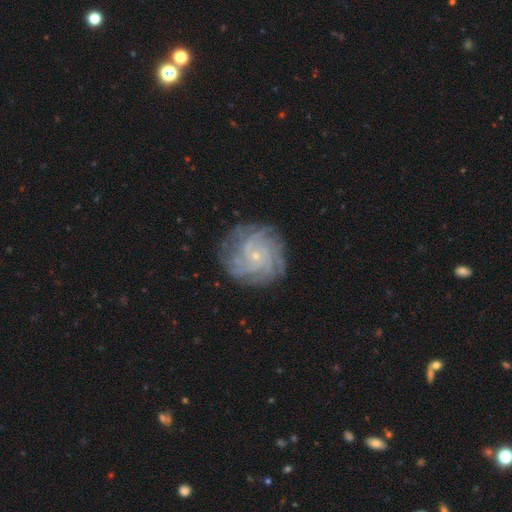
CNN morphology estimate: type=featured or disk (84%); edge-on=no (97%); bar=no (75%); spiral arms=yes (96%); winding=tight (71%); arm count=can't tell (25%); bulge=small (85%); merging=none (81%).